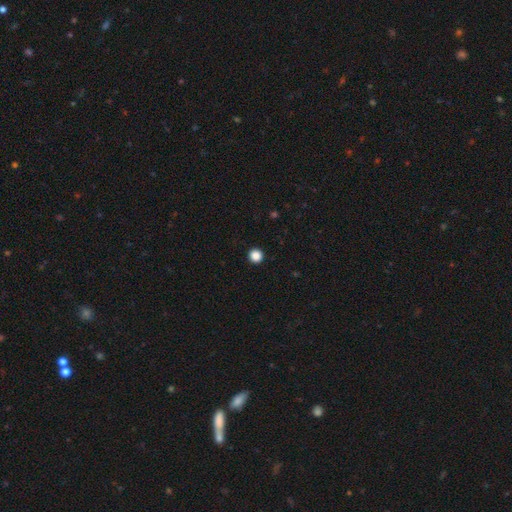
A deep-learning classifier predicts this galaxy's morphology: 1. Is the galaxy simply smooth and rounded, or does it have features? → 87% smooth, 10% star or artifact, 3% featured or disk.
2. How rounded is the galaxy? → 96% round, 3% in between, 1% cigar-shaped.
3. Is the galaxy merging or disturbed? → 94% none, 3% minor disturbance, 1% major disturbance, 1% merger.